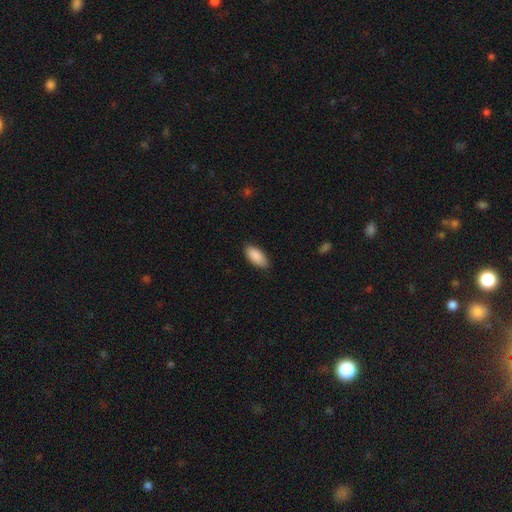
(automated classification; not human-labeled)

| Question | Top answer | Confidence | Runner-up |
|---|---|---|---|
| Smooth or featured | smooth | 90% | star or artifact (6%) |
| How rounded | in between | 91% | cigar-shaped (7%) |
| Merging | none | 85% | minor disturbance (12%) |